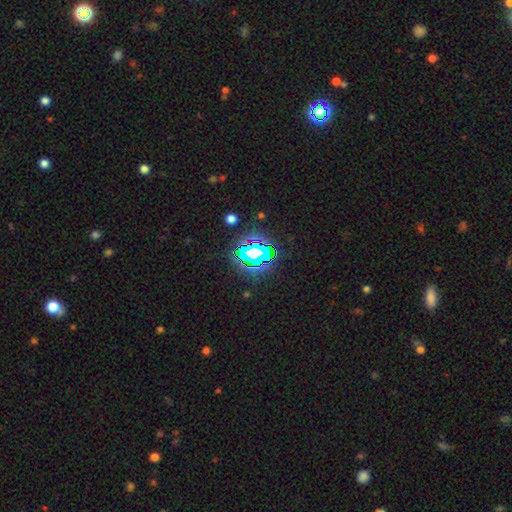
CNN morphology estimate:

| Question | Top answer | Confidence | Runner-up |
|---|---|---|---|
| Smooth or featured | star or artifact | 72% | smooth (17%) |